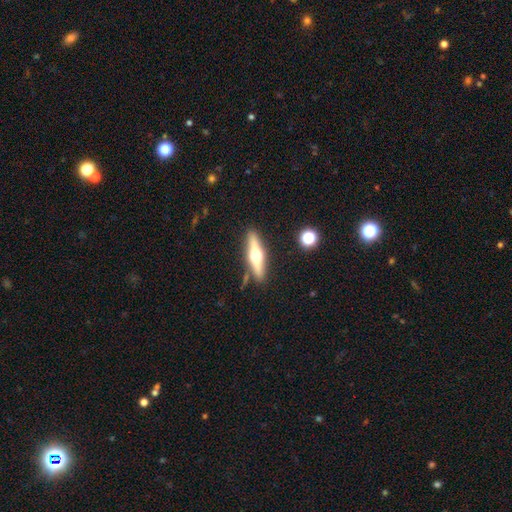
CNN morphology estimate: This is likely a featured or disk galaxy (63%). It is clearly viewed edge-on (95%). Edge-on bulge: clearly rounded (95%). Merging: clearly none (85%).